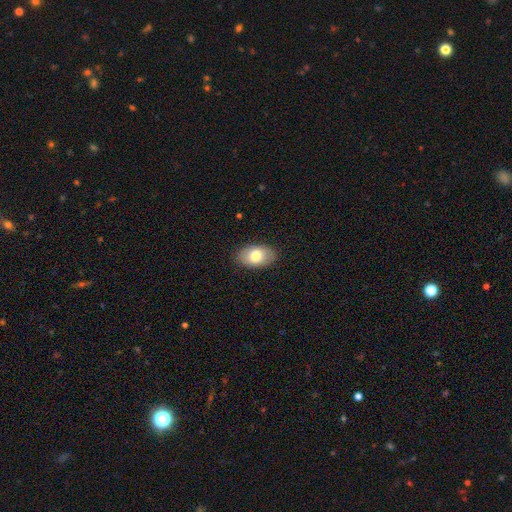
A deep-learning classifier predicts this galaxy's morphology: Q: Smooth or featured?
A: smooth (78%); runner-up: featured or disk (15%)
Q: How rounded?
A: in between (92%); runner-up: round (6%)
Q: Merging?
A: none (88%); runner-up: minor disturbance (9%)